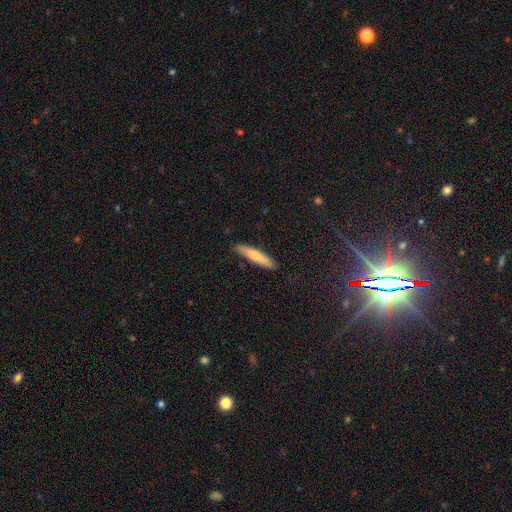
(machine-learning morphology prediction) smooth-or-featured: smooth: 73% | featured or disk: 21% | star or artifact: 6%
  how-rounded: cigar-shaped: 87% | in between: 12% | round: 1%
  merging: none: 88% | minor disturbance: 9% | major disturbance: 2% | merger: 1%